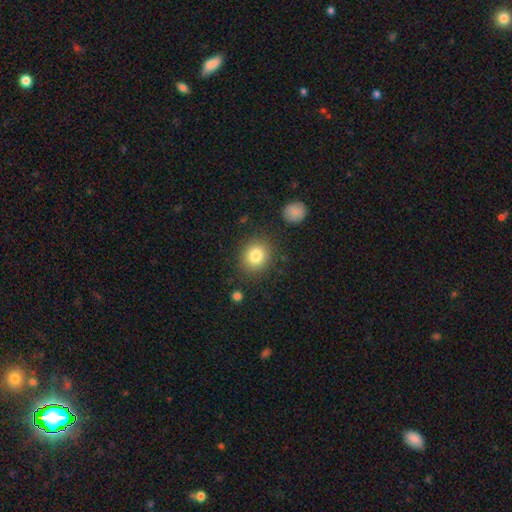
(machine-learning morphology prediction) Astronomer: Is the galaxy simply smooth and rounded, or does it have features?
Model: smooth — 83%.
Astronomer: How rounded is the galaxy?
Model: round — 78%.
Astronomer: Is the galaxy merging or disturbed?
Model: none — 85%.